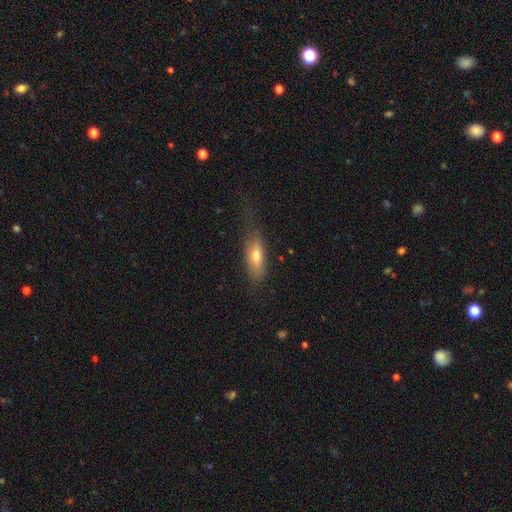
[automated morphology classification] smooth_or_featured: smooth (p=0.63) [alt: featured or disk p=0.29]
how_rounded: in between (p=0.61) [alt: cigar-shaped p=0.35]
merging: none (p=0.54) [alt: minor disturbance p=0.27]